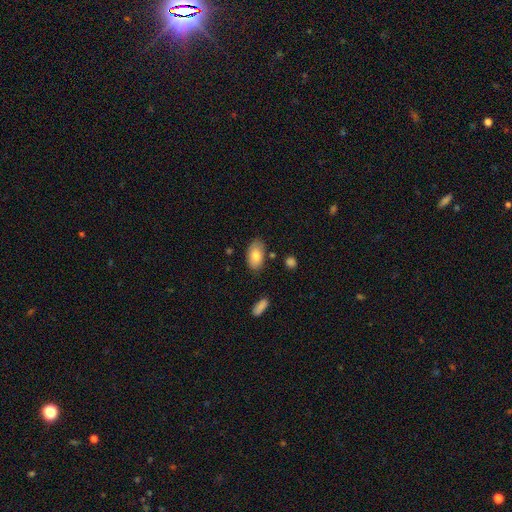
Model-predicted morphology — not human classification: A smooth galaxy with no disk features (80%) that is in between round and cigar-shaped (93%).

Vote fractions:
- Smooth or featured? smooth: 80% / featured or disk: 13% / star or artifact: 7%
- How rounded? in between: 93% / round: 5% / cigar-shaped: 2%
- Merging? none: 76% / minor disturbance: 17% / merger: 4% / major disturbance: 3%